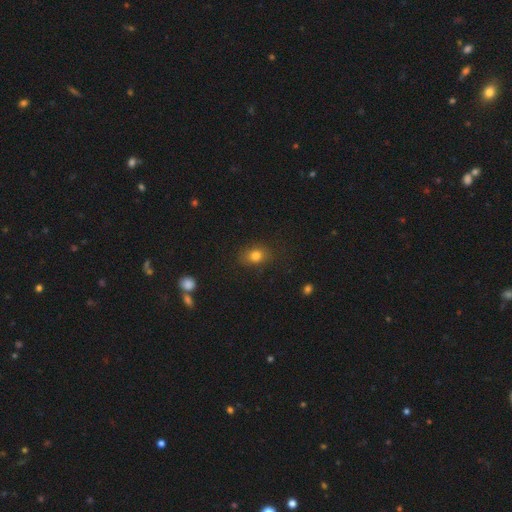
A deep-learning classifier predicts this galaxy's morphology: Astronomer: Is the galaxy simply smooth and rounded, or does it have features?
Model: smooth — 80%.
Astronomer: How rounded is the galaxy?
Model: in between — 56% (runner-up: round, 42%).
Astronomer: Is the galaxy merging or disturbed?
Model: none — 81%.